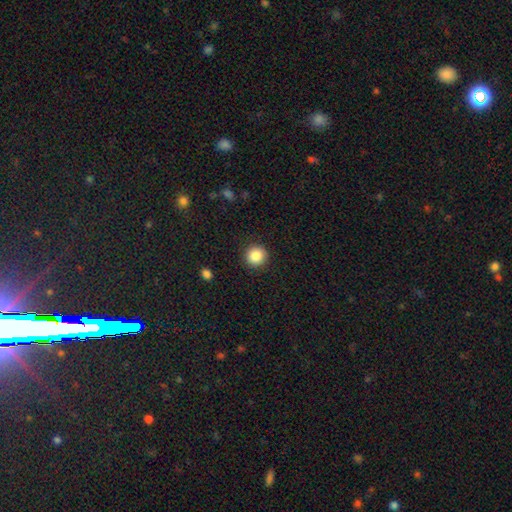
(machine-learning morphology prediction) type=smooth (87%); roundness=round (94%); merging=none (91%).